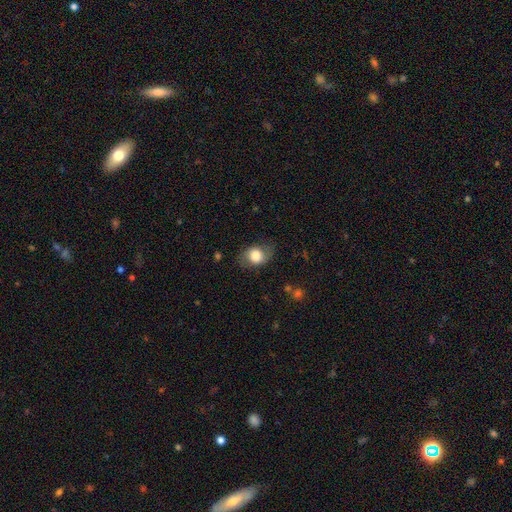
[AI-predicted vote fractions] smooth 73%, featured or disk 19%, star or artifact 8%. Down the decision tree: how rounded — in between (61%); merging — none (72%).